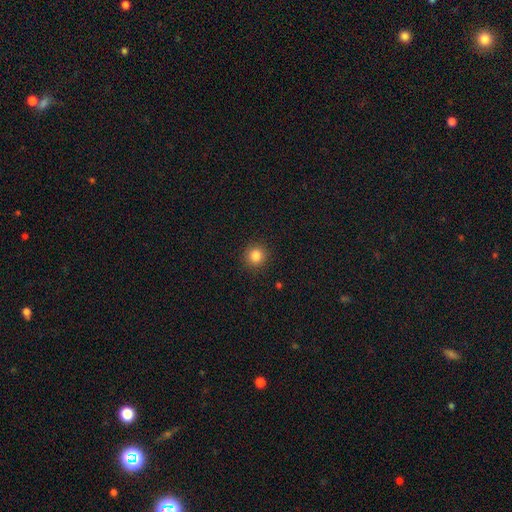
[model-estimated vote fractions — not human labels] smooth-or-featured: smooth: 84% | star or artifact: 12% | featured or disk: 5%
  how-rounded: round: 92% | in between: 7% | cigar-shaped: 1%
  merging: none: 92% | minor disturbance: 5% | major disturbance: 2% | merger: 1%